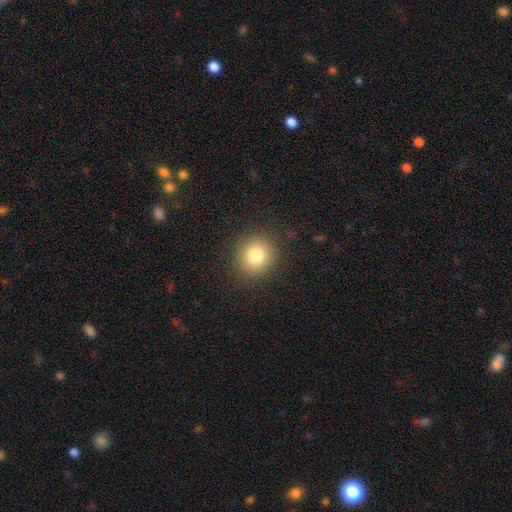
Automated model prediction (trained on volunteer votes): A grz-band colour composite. It shows a smooth galaxy with no disk features (80%) that is round (87%). Merging: none (89%).